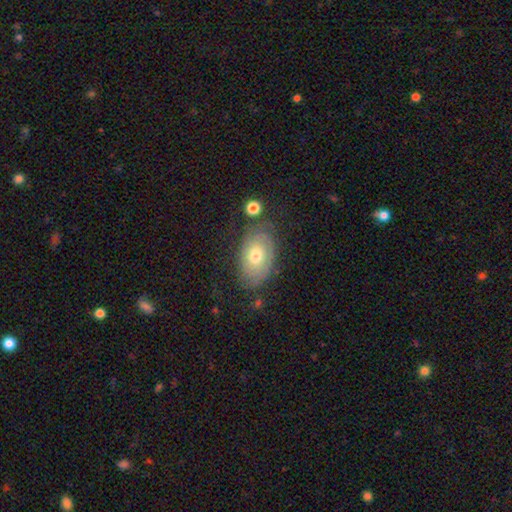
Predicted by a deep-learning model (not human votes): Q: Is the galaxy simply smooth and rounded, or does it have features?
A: smooth — 47%.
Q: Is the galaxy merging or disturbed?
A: none — 67%.